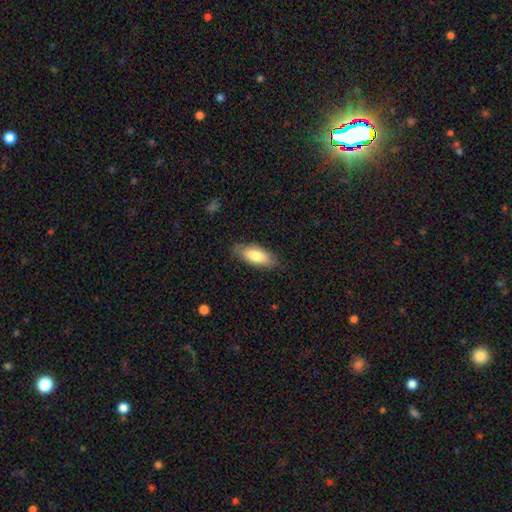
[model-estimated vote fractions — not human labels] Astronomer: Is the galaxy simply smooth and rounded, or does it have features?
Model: smooth — 78%.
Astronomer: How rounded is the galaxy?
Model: in between — 75%.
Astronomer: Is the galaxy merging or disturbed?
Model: none — 83%.